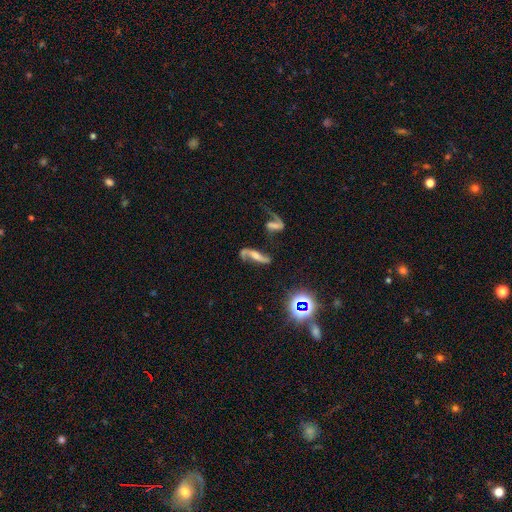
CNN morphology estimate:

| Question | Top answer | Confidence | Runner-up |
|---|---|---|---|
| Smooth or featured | featured or disk | 70% | smooth (16%) |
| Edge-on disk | no | 84% | yes (16%) |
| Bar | no | 47% | weak (31%) |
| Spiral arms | yes | 88% | no (12%) |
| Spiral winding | loose | 78% | medium (16%) |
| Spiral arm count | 2 | 86% | 1 (8%) |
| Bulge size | none | 30% | moderate (29%) |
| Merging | none | 48% | minor disturbance (18%) |